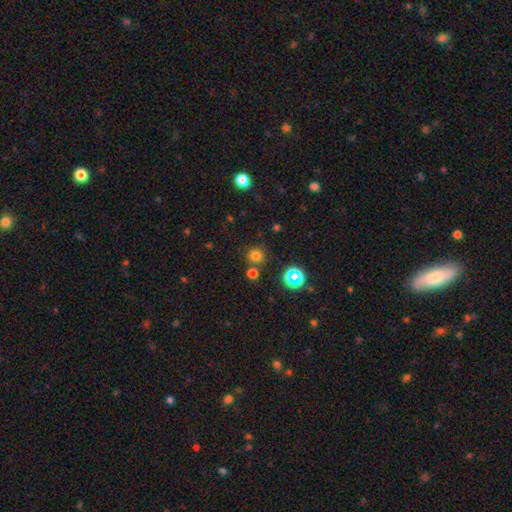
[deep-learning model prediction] The model was most divided on "smooth or featured": smooth: 72%, star or artifact: 22%, featured or disk: 6%. More confident: how rounded — round (91%); merging — none (80%).